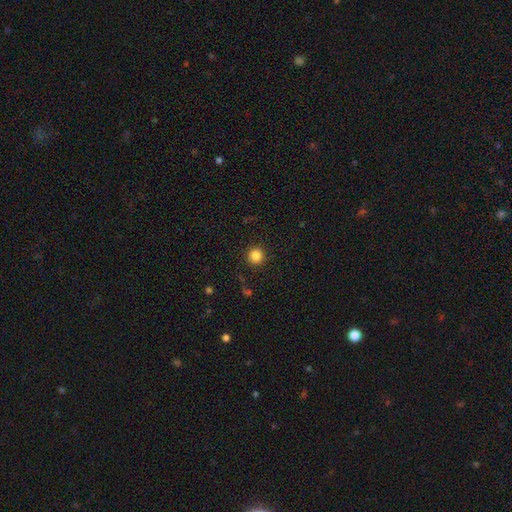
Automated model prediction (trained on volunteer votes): Q: Smooth or featured?
A: smooth (84%); runner-up: star or artifact (12%)
Q: How rounded?
A: round (95%); runner-up: in between (4%)
Q: Merging?
A: none (91%); runner-up: minor disturbance (5%)